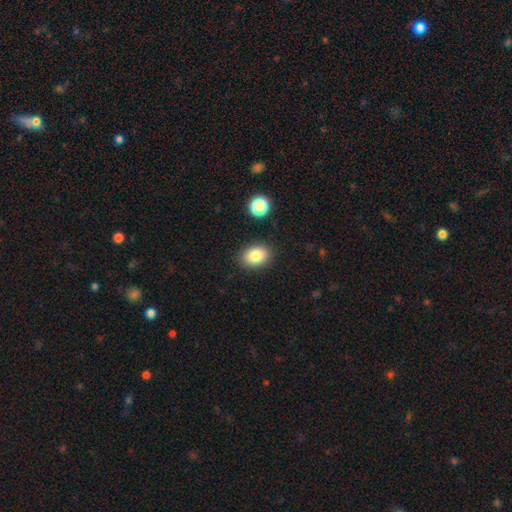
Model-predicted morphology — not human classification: Overall: smooth (83%). How rounded: in between (74%). Merging: none (87%).